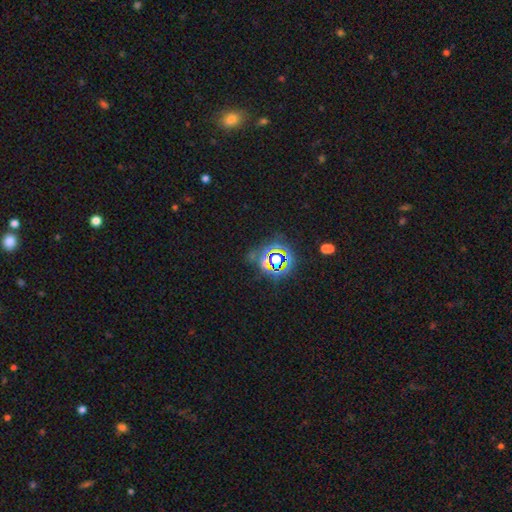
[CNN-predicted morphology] A star or artifact, not a galaxy (75%).

Vote fractions:
- Smooth or featured? star or artifact: 75% / smooth: 15% / featured or disk: 9%